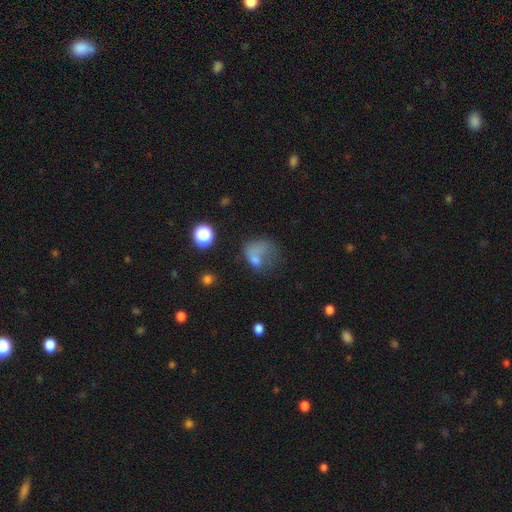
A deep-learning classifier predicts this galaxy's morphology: A smooth galaxy with no disk features (60%) that is in between round and cigar-shaped (62%).

Vote fractions:
- Smooth or featured? smooth: 60% / featured or disk: 25% / star or artifact: 15%
- How rounded? in between: 62% / round: 36% / cigar-shaped: 2%
- Merging? major disturbance: 47% / none: 22% / minor disturbance: 17% / merger: 13%